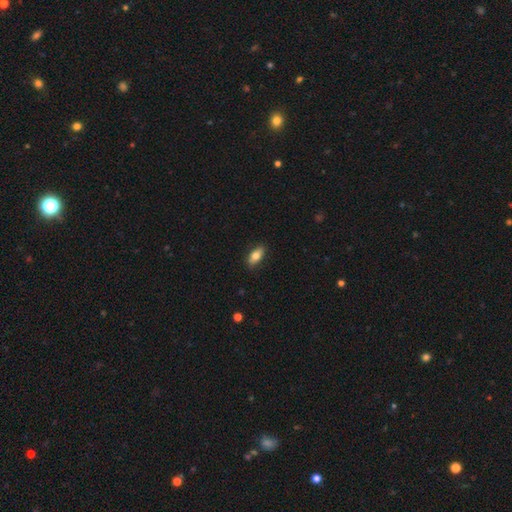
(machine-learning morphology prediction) This is likely a smooth galaxy (77%). How rounded: clearly in between (86%). Merging: clearly none (87%).